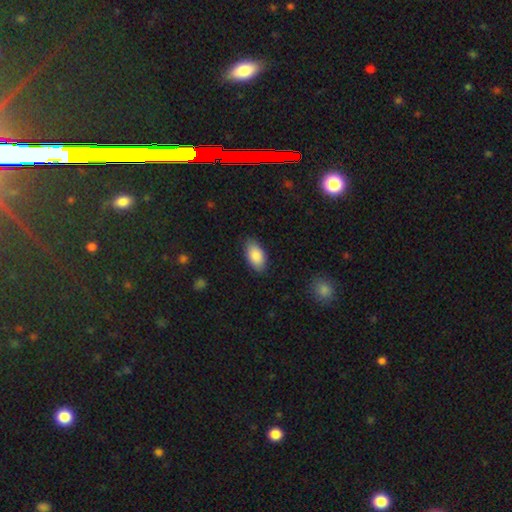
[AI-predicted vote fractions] Morphology: type=smooth (88%); roundness=in between (94%); merging=none (84%).